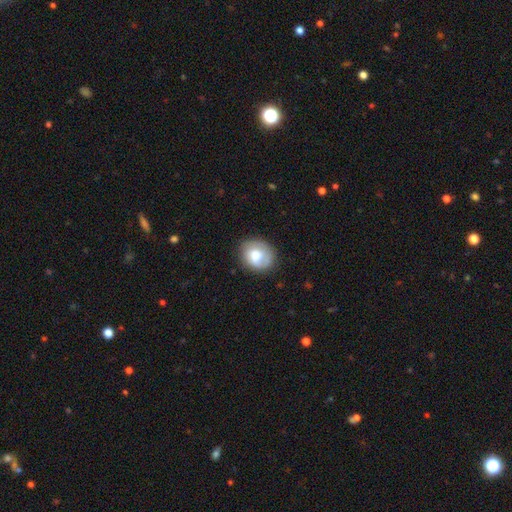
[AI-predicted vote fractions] Smooth or featured: smooth — 69% (featured or disk — 24%)
How rounded: round — 62% (in between — 37%)
Merging: none — 73% (minor disturbance — 19%)